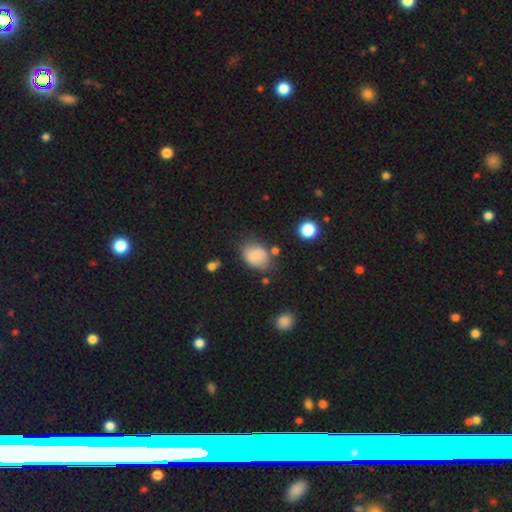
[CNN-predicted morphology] Smooth or featured? Predicted: smooth (p=0.82). How rounded? Predicted: in between (p=0.65). Merging? Predicted: none (p=0.63).